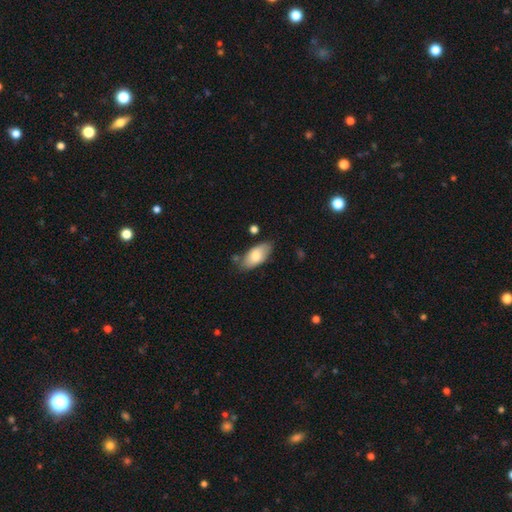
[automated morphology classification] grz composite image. It shows a smooth galaxy with no disk features (78%) that is in between round and cigar-shaped (91%). Merging: none (74%).